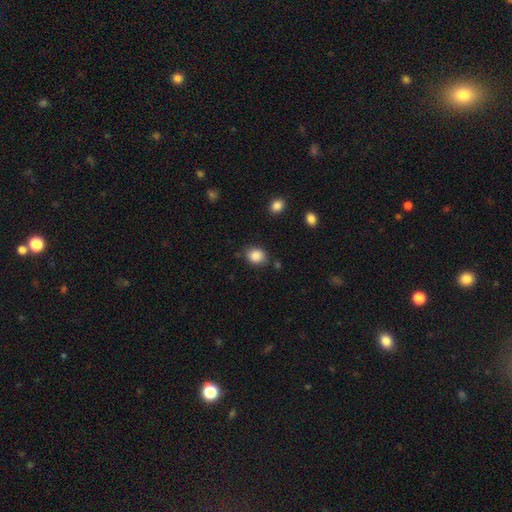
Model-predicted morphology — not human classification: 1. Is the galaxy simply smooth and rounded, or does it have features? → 87% smooth, 9% star or artifact, 4% featured or disk.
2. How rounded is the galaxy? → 57% round, 43% in between, 1% cigar-shaped.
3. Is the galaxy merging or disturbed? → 78% none, 15% minor disturbance, 4% major disturbance, 3% merger.